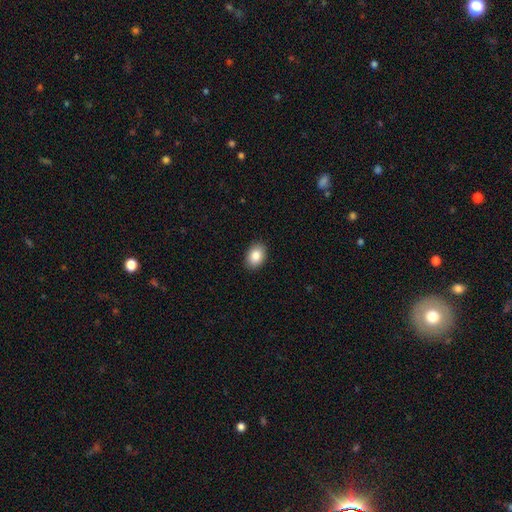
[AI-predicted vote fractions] Smooth or featured? Predicted: smooth (p=0.86). How rounded? Predicted: in between (p=0.79). Merging? Predicted: none (p=0.90).